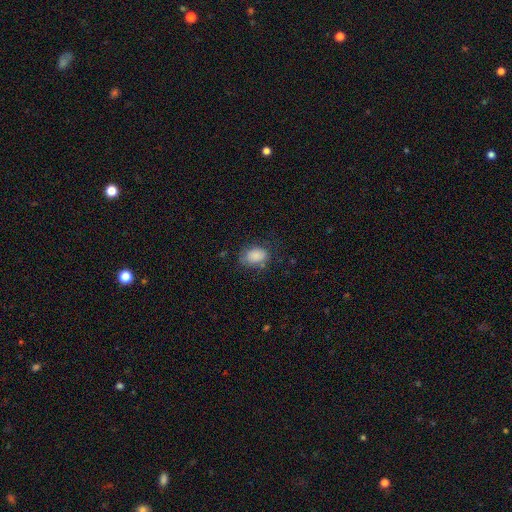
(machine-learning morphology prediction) smooth-or-featured: smooth: 85% | star or artifact: 8% | featured or disk: 7%
  how-rounded: in between: 82% | round: 17% | cigar-shaped: 1%
  merging: none: 69% | minor disturbance: 22% | major disturbance: 7% | merger: 2%